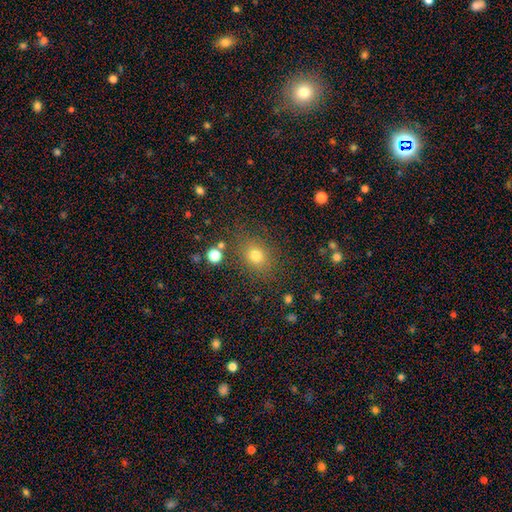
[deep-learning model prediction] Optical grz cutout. It shows a smooth galaxy with no disk features (76%) that is round (58%). Merging: none (80%).